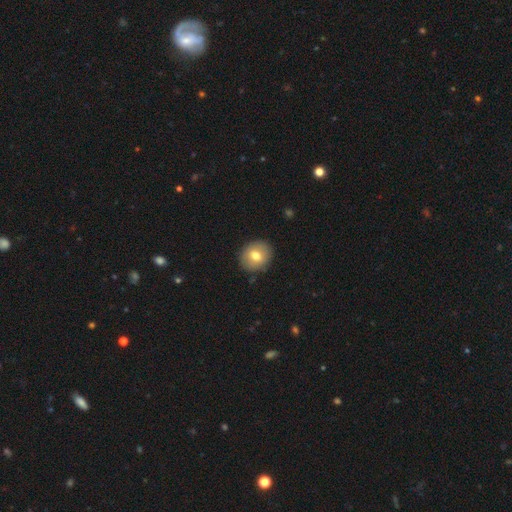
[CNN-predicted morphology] smooth 73%, featured or disk 19%, star or artifact 8%. Down the decision tree: how rounded — round (79%); merging — none (89%).